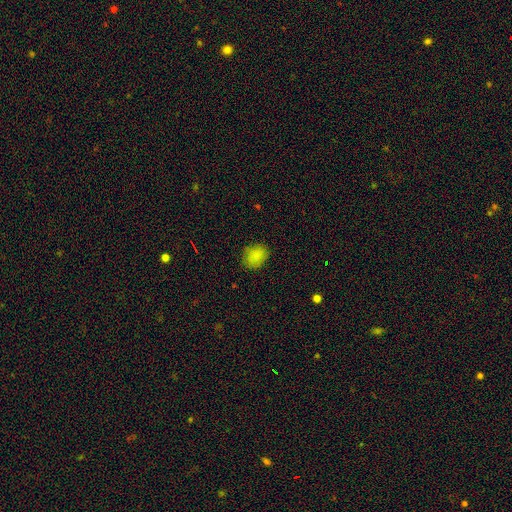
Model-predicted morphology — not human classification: type=smooth (84%); roundness=round (52%); merging=none (81%).